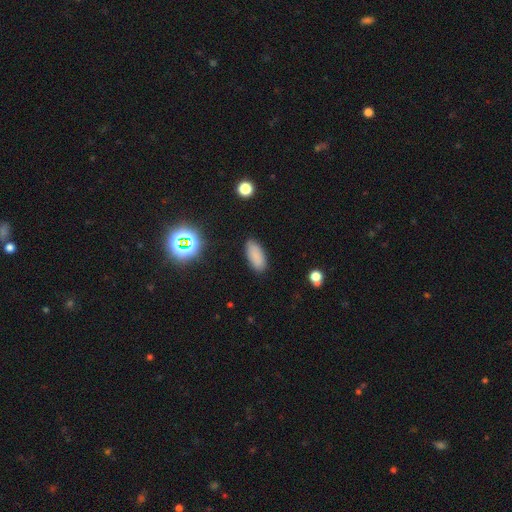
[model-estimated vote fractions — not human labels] Smooth or featured? smooth (84%)
How rounded? in between (86%)
Merging? none (87%)